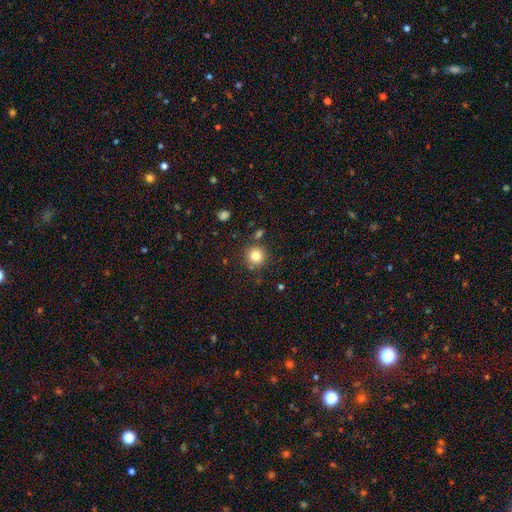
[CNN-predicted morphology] smooth 81%, star or artifact 12%, featured or disk 7%. Down the decision tree: how rounded — round (94%); merging — none (84%).